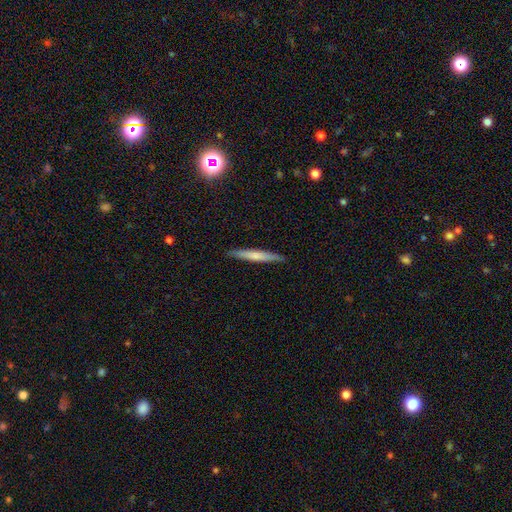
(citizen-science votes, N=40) smooth 57%, featured or disk 32%, star or artifact 10%. Down the decision tree: how rounded — cigar-shaped (100%); merging — none (97%).